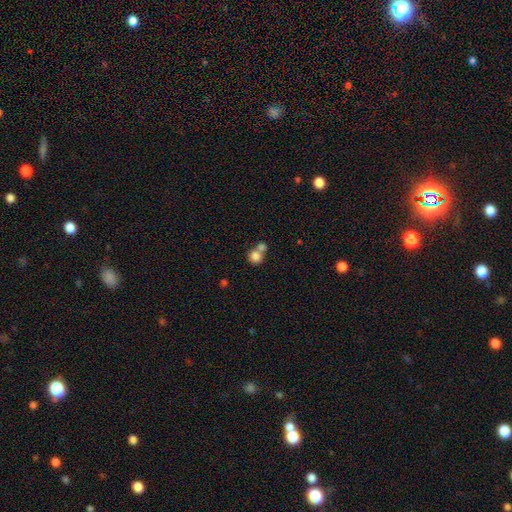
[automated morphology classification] This is clearly a smooth galaxy (81%). How rounded: clearly round (81%). Merging: possibly merger (53%).